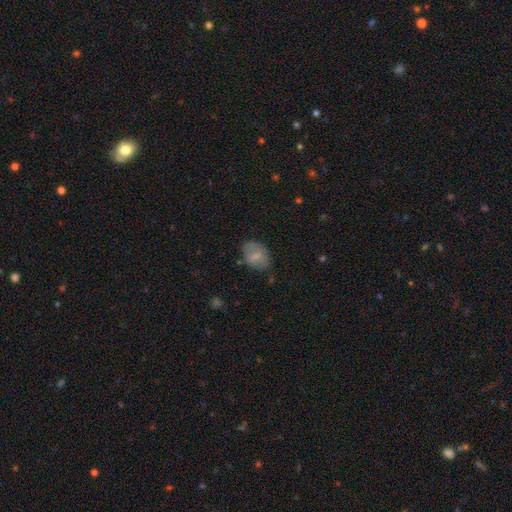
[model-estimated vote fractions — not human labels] A smooth galaxy with no disk features (72%) that is in between round and cigar-shaped (76%). Merging: none (71%).